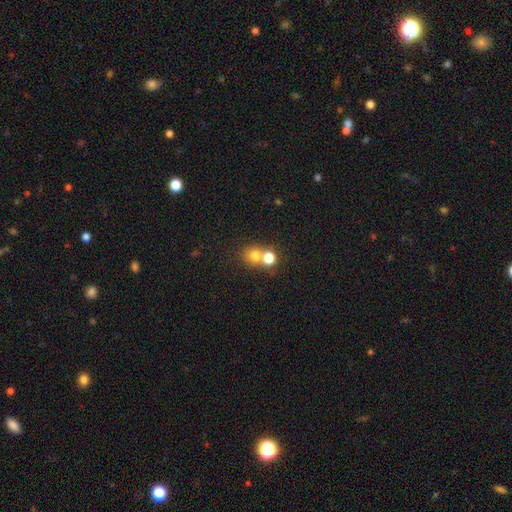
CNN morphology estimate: Overall: smooth (75%). How rounded: round (80%). Merging: merger (48%; none 43%).